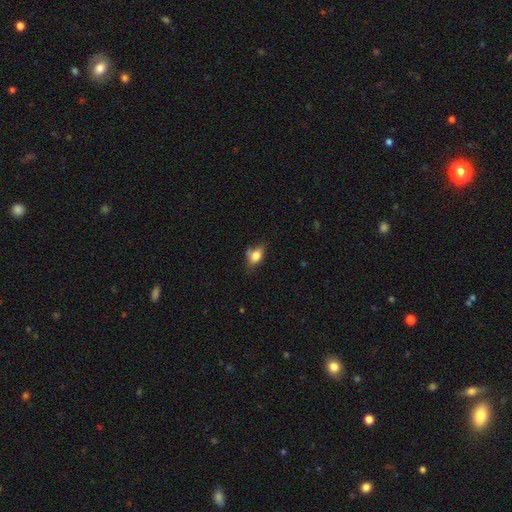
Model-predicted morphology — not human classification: A smooth galaxy with no disk features (73%) that is in between round and cigar-shaped (72%).

Vote fractions:
- Smooth or featured? smooth: 73% / featured or disk: 17% / star or artifact: 10%
- How rounded? in between: 72% / round: 24% / cigar-shaped: 4%
- Merging? none: 45% / minor disturbance: 35% / major disturbance: 15% / merger: 5%